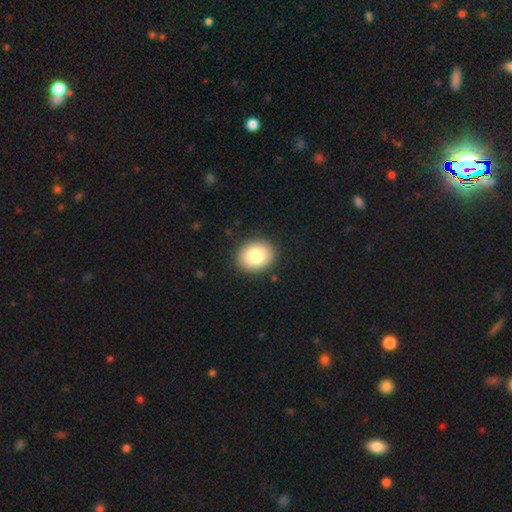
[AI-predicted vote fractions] A smooth galaxy with no disk features (81%) that is round (53%). Merging: none (90%).